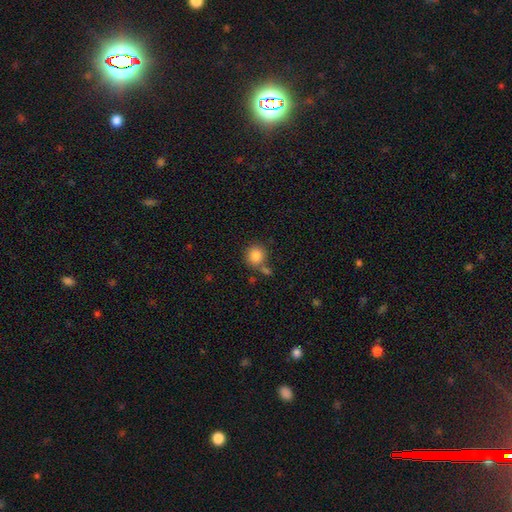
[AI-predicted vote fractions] Smooth or featured? Predicted: smooth (p=0.84). How rounded? Predicted: round (p=0.89). Merging? Predicted: none (p=0.67).